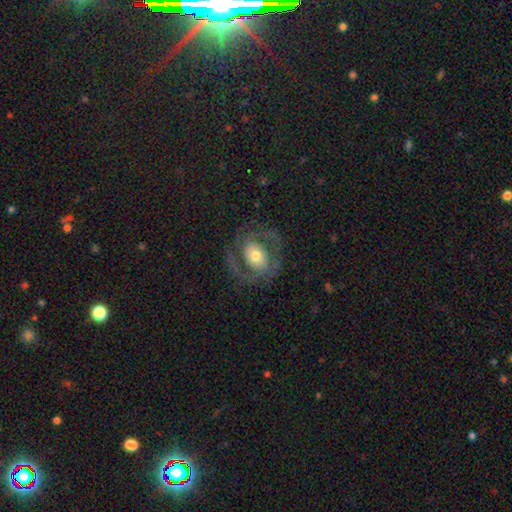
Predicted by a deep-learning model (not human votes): A featured or disk galaxy (78%) with no bar (63%), 2 (75%) medium (46%) spiral arms (87%) and a moderate central bulge (66%).

Vote fractions:
- Smooth or featured? featured or disk: 78% / smooth: 16% / star or artifact: 6%
- Edge-on disk? no: 97% / yes: 3%
- Bar? no: 63% / weak: 27% / strong: 10%
- Spiral arms? yes: 87% / no: 13%
- Spiral winding? medium: 46% / tight: 38% / loose: 16%
- Spiral arm count? 2: 75% / can't tell: 10% / 3: 6% / 1: 4% / 4: 2% / more than 4: 2%
- Bulge size? moderate: 66% / large: 18% / small: 13% / dominant: 2% / none: 1%
- Merging? none: 73% / minor disturbance: 14% / major disturbance: 12% / merger: 1%